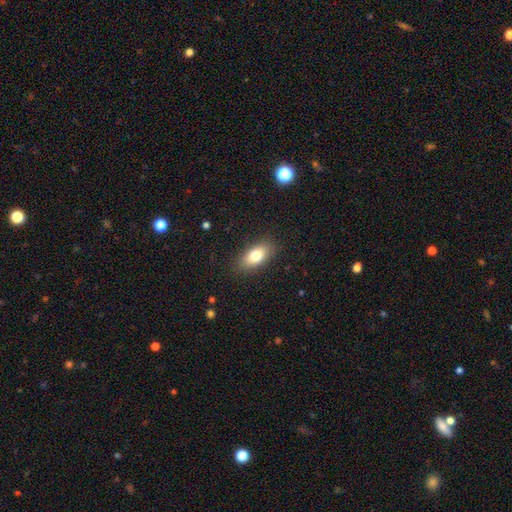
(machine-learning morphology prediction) This is likely a smooth galaxy (78%). How rounded: clearly in between (88%). Merging: clearly none (86%).